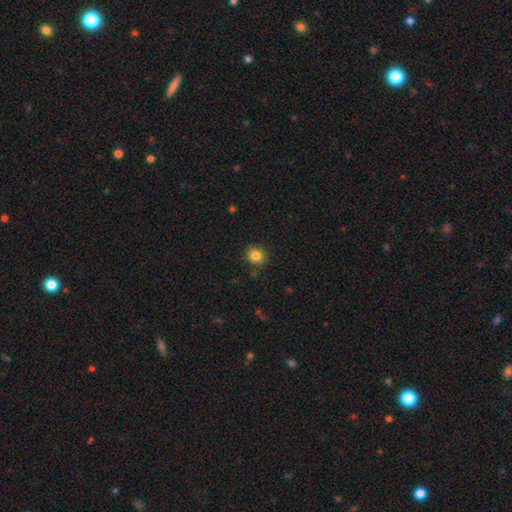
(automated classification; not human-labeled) smooth_or_featured: smooth (p=0.84) [alt: star or artifact p=0.11]
how_rounded: round (p=0.85) [alt: in between p=0.14]
merging: none (p=0.87) [alt: minor disturbance p=0.09]